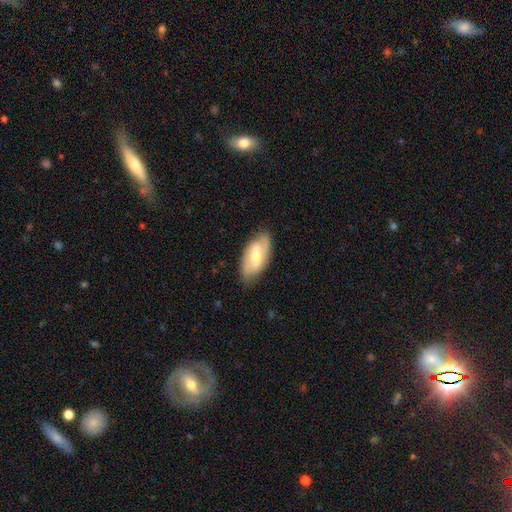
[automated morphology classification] Overall: featured or disk (61%; smooth 33%). Edge-on disk: no (89%). Bar: weak (43%; strong 37%). Spiral arms: yes (72%). Bulge size: moderate (59%; small 34%). Merging: none (80%).